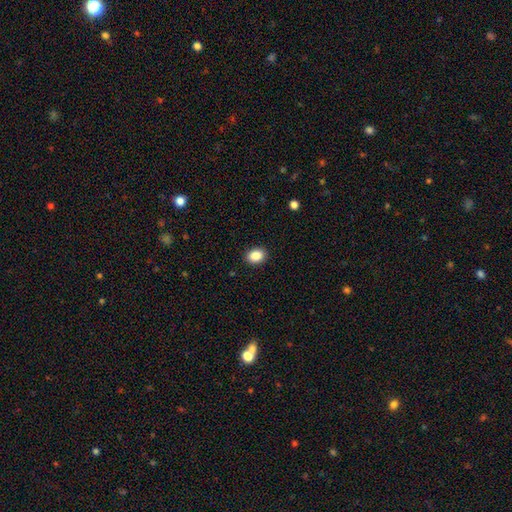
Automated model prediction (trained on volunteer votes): Overall: smooth (88%). How rounded: in between (69%; round 30%). Merging: none (90%).